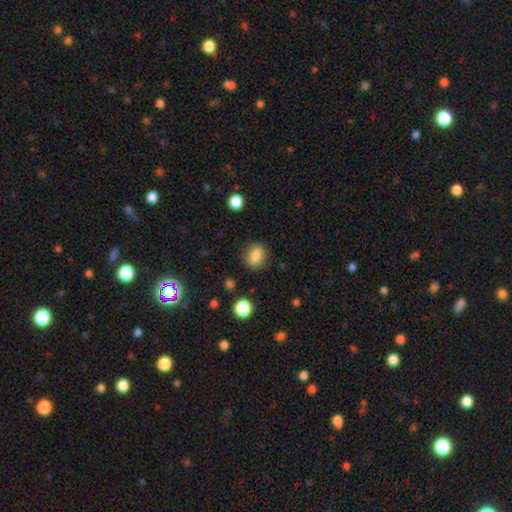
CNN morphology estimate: Smooth or featured? Predicted: smooth (p=0.83). How rounded? Predicted: round (p=0.49, tied with in between). Merging? Predicted: none (p=0.83).